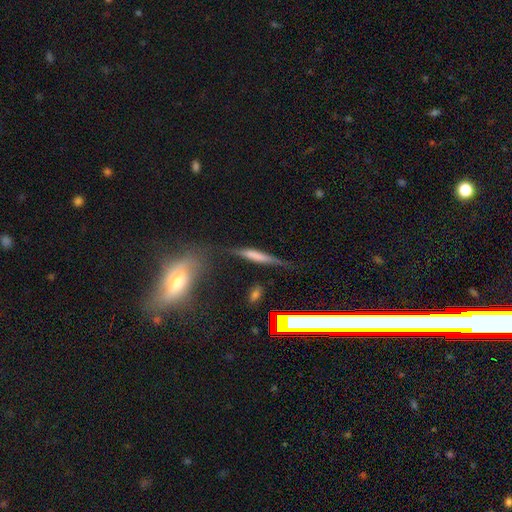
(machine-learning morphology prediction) Q: Smooth or featured?
A: smooth (47%); runner-up: featured or disk (43%)
Q: Merging?
A: none (67%); runner-up: minor disturbance (21%)